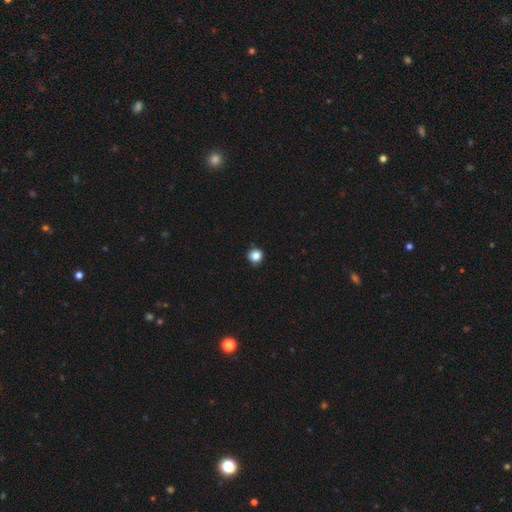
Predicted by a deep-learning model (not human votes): Smooth or featured? Predicted: smooth (p=0.86). How rounded? Predicted: round (p=0.94). Merging? Predicted: none (p=0.90).